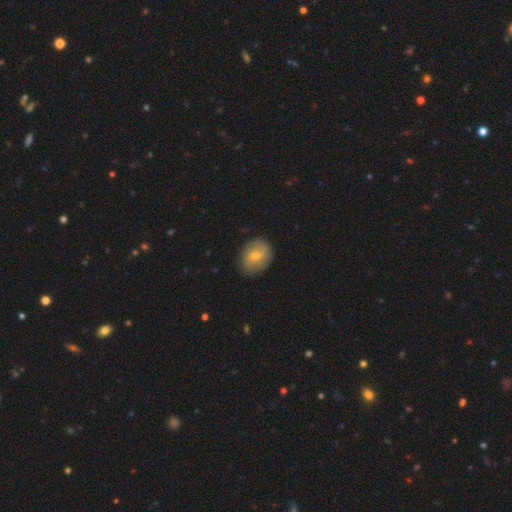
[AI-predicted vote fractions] The model was most divided on "how rounded": round: 54%, in between: 45%, cigar-shaped: 1%. More confident: merging — none (78%); smooth or featured — smooth (55%).